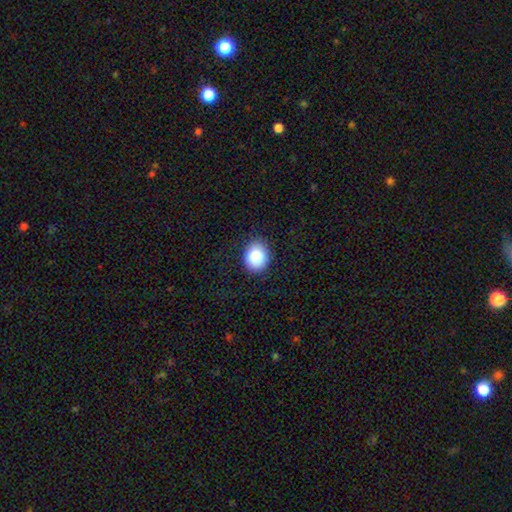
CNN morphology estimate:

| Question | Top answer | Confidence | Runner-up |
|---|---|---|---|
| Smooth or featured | smooth | 86% | star or artifact (8%) |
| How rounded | round | 56% | in between (43%) |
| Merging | none | 86% | minor disturbance (10%) |